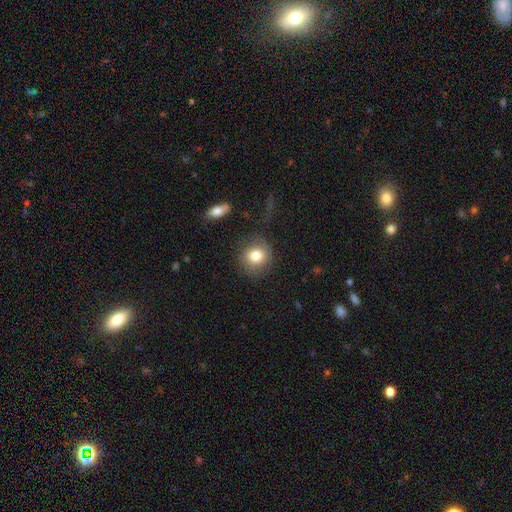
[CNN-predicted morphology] This appears to be a smooth galaxy with no disk features (80%) that is round (84%). Merging: none (79%).